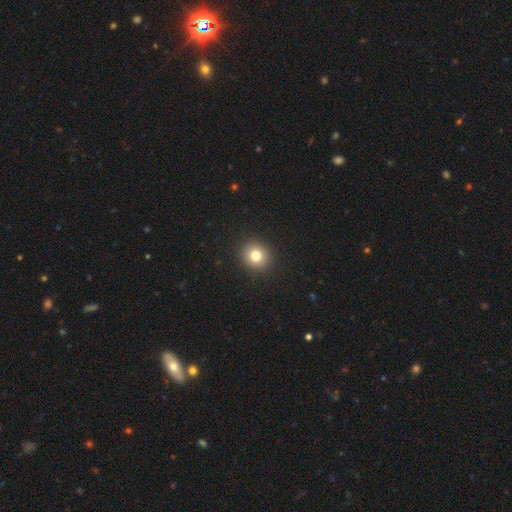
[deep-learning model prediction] smooth 80%, star or artifact 12%, featured or disk 8%. Down the decision tree: how rounded — round (86%); merging — none (92%).